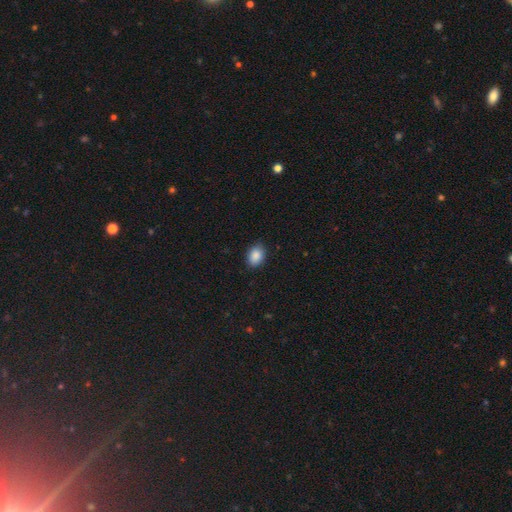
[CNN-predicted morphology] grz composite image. It shows a smooth galaxy with no disk features (88%) that is in between round and cigar-shaped (73%). Merging: none (87%).